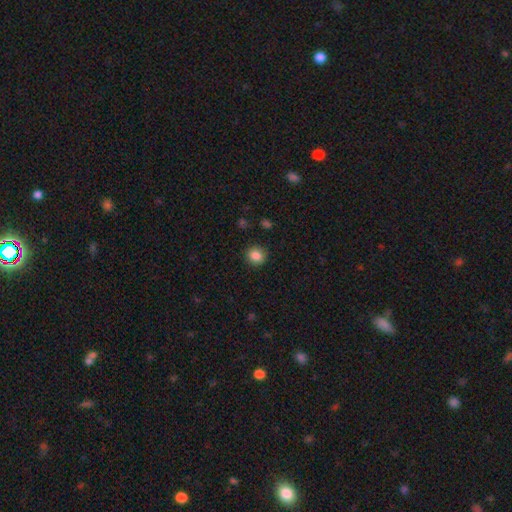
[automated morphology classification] The model was most divided on "how rounded": round: 82%, in between: 17%, cigar-shaped: 1%. More confident: merging — none (90%); smooth or featured — smooth (86%).